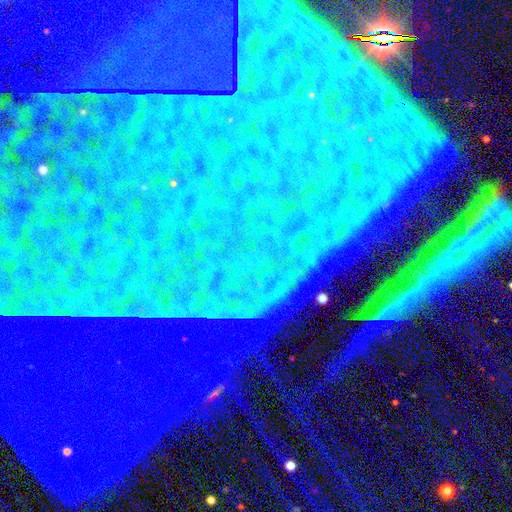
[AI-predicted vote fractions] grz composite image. It shows a star or artifact, not a galaxy (87%).